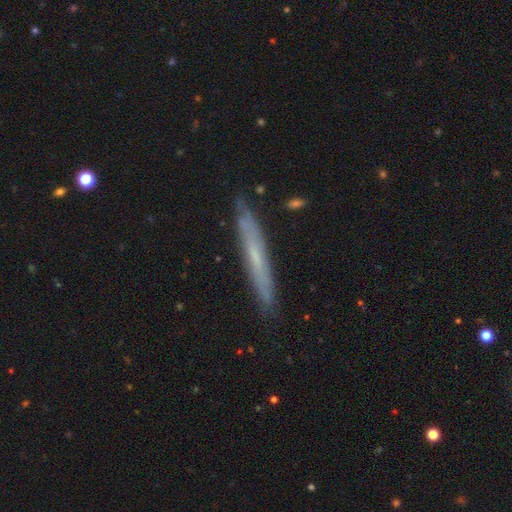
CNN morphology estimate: Q: Smooth or featured?
A: featured or disk (50%); runner-up: smooth (43%)
Q: Merging?
A: none (87%); runner-up: minor disturbance (10%)